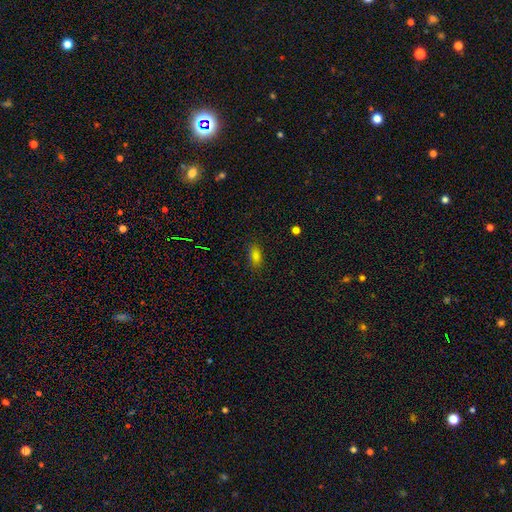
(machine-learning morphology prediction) Overall: smooth (79%). How rounded: in between (86%). Merging: none (83%).